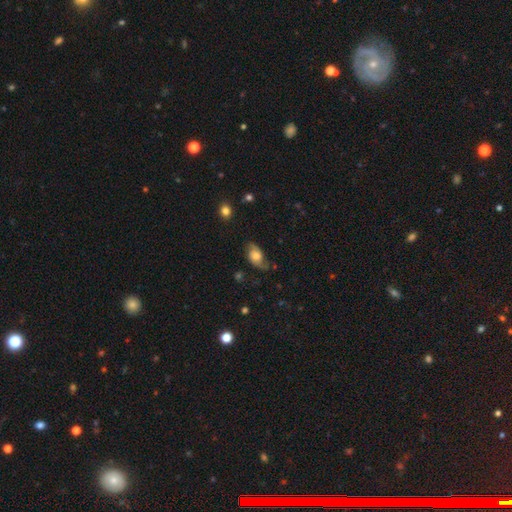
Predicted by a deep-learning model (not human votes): Smooth or featured? smooth (47%)
Merging? none (58%)